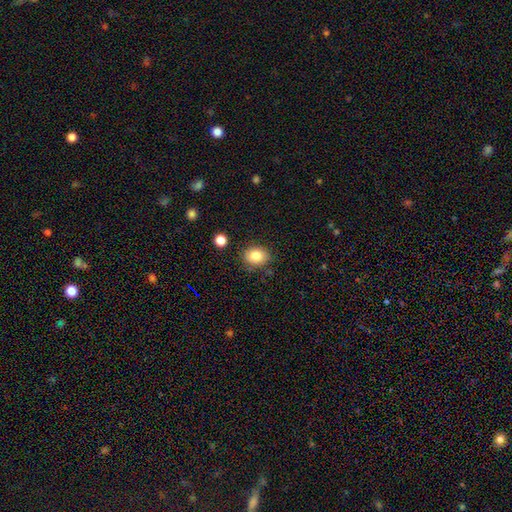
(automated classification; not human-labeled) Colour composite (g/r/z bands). It shows a smooth galaxy with no disk features (82%) that is round (51%). Merging: none (83%).